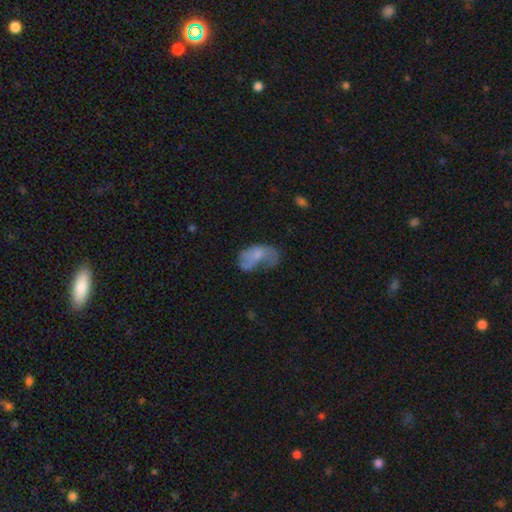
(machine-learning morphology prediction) A smooth galaxy with no disk features (52%) that is in between round and cigar-shaped (91%). Merging: major disturbance (44%).